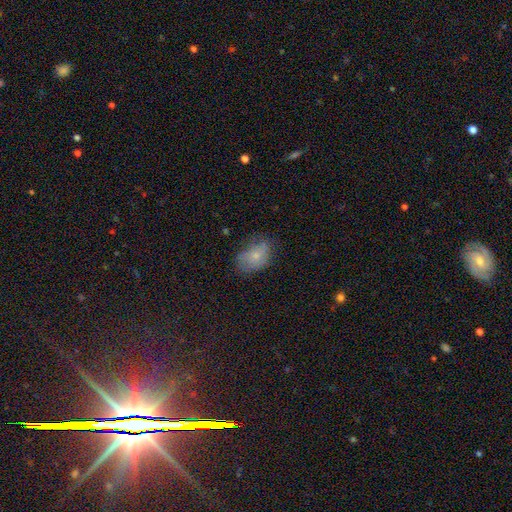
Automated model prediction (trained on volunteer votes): A smooth galaxy with no disk features (69%) that is in between round and cigar-shaped (81%). Merging: none (54%).